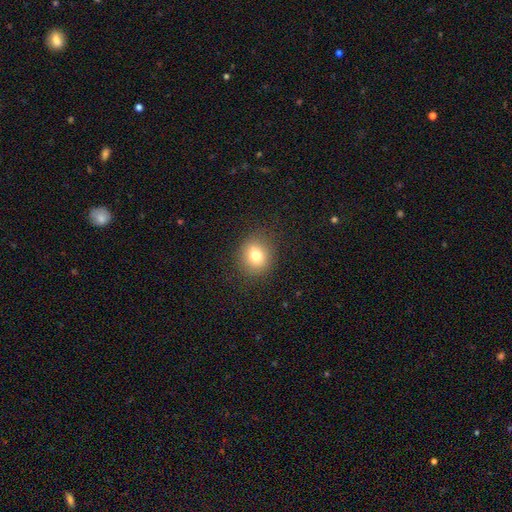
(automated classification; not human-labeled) Morphology: type=smooth (76%); roundness=round (75%); merging=none (87%).